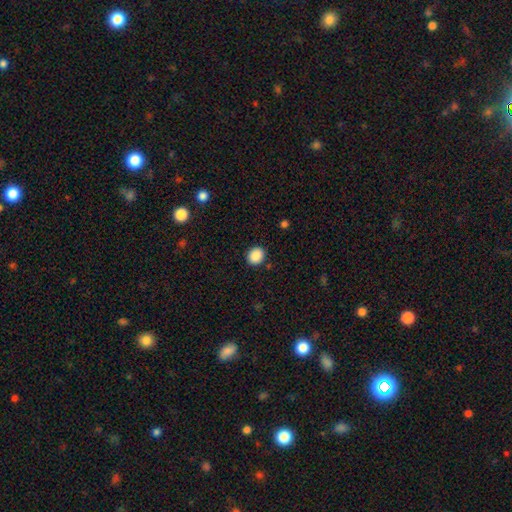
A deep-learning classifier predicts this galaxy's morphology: smooth_or_featured: smooth (p=0.89) [alt: star or artifact p=0.09]
how_rounded: round (p=0.66) [alt: in between p=0.33]
merging: none (p=0.89) [alt: minor disturbance p=0.08]